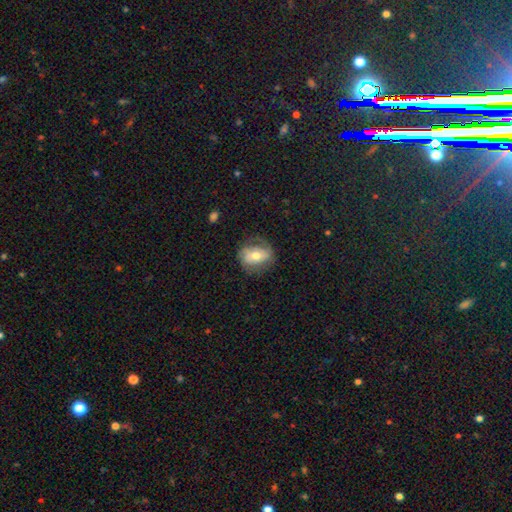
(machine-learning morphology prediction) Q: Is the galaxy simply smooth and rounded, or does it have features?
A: featured or disk — 51%.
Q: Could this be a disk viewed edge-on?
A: no — 94%.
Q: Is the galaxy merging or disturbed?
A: none — 62%.